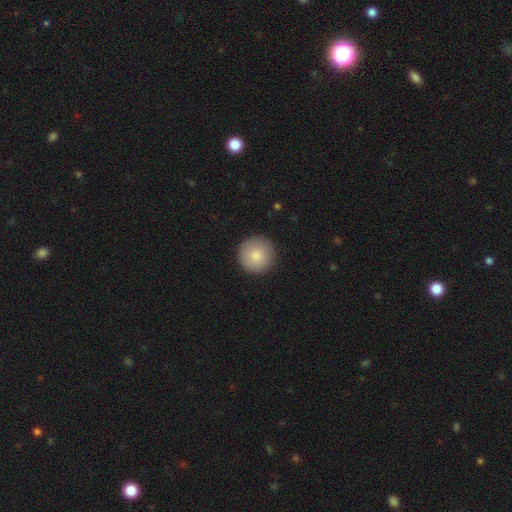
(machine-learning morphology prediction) type=smooth (84%); roundness=round (96%); merging=none (92%).